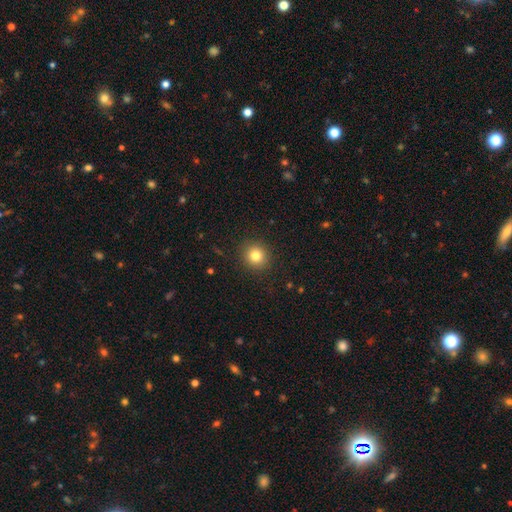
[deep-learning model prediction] Smooth or featured: smooth — 81% (star or artifact — 12%)
How rounded: round — 90% (in between — 9%)
Merging: none — 91% (minor disturbance — 6%)